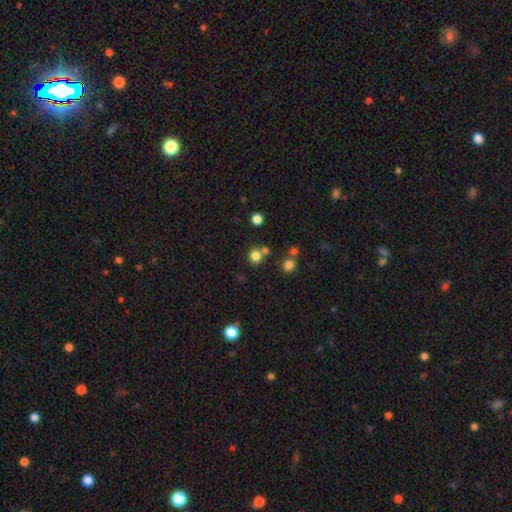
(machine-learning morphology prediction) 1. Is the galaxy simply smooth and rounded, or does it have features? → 79% smooth, 15% star or artifact, 6% featured or disk.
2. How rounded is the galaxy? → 83% round, 16% in between, 1% cigar-shaped.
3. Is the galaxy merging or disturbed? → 70% none, 17% merger, 9% minor disturbance, 4% major disturbance.